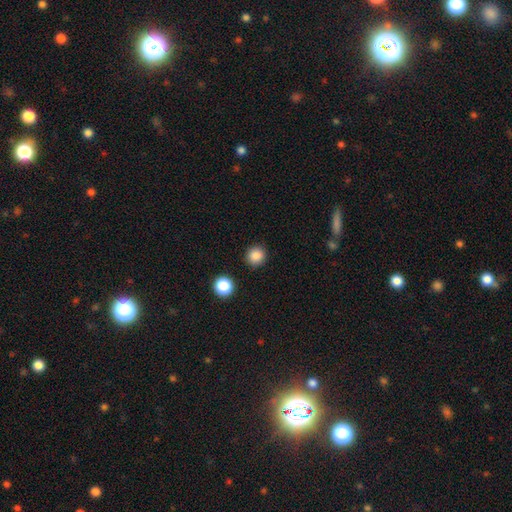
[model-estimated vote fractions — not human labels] Q: Smooth or featured?
A: smooth (86%); runner-up: star or artifact (11%)
Q: How rounded?
A: round (93%); runner-up: in between (6%)
Q: Merging?
A: none (90%); runner-up: minor disturbance (6%)